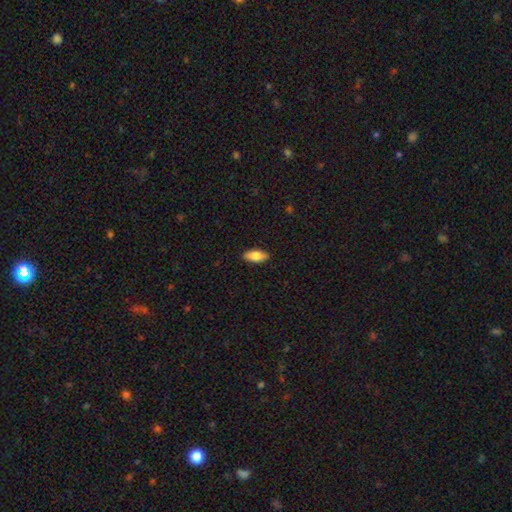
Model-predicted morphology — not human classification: Smooth or featured? smooth (81%)
How rounded? in between (88%)
Merging? none (90%)